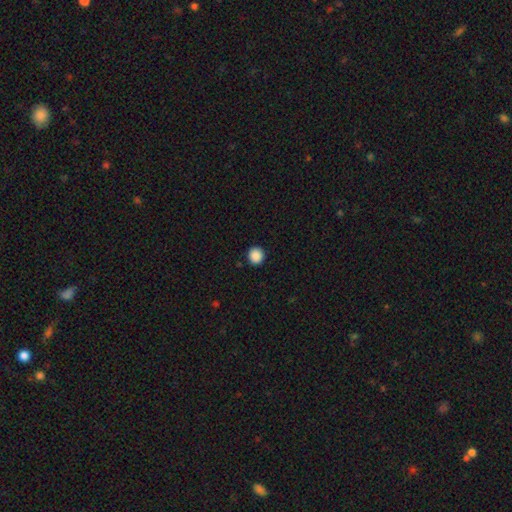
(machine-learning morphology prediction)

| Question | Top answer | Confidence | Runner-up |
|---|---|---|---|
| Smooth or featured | smooth | 89% | star or artifact (9%) |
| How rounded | round | 93% | in between (6%) |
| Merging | none | 93% | minor disturbance (5%) |